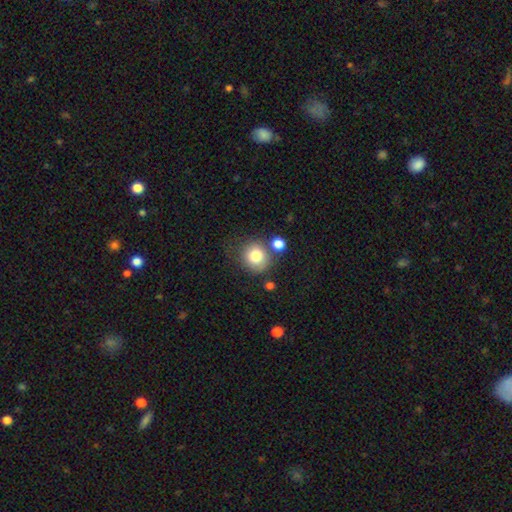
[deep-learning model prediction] smooth_or_featured: smooth (p=0.80) [alt: featured or disk p=0.11]
how_rounded: round (p=0.86) [alt: in between p=0.13]
merging: none (p=0.62) [alt: minor disturbance p=0.16]